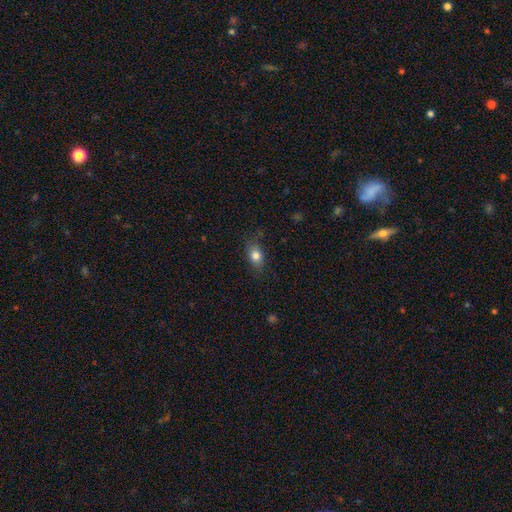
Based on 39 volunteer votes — This is likely a smooth galaxy (77%). How rounded: likely in between (77%). Merging: likely none (72%).